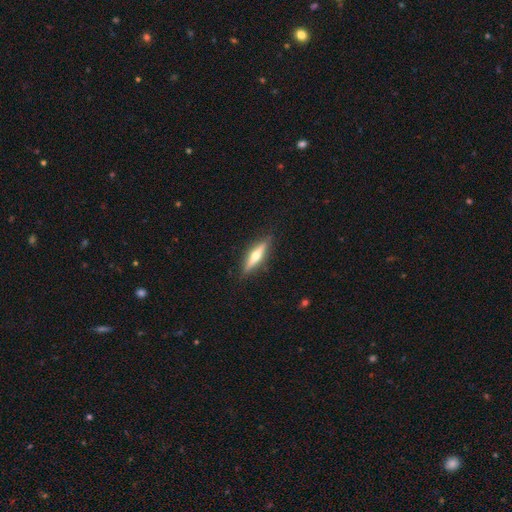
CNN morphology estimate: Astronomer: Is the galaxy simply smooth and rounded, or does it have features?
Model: featured or disk — 61%.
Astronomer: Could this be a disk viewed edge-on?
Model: yes — 96%.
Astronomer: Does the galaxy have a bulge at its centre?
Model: rounded — 92%.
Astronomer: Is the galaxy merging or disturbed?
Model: none — 89%.